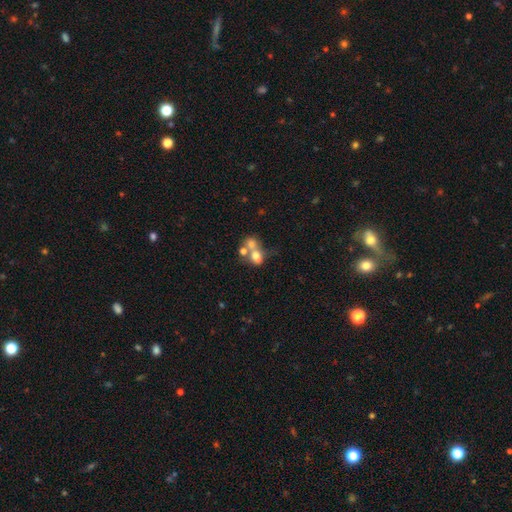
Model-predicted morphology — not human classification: Smooth or featured?
  - smooth: 65% *
  - featured or disk: 22%
  - star or artifact: 12%
How rounded?
  - in between: 50% *
  - round: 48%
  - cigar-shaped: 1%
Merging?
  - merger: 62% *
  - none: 24%
  - minor disturbance: 8%
  - major disturbance: 7%